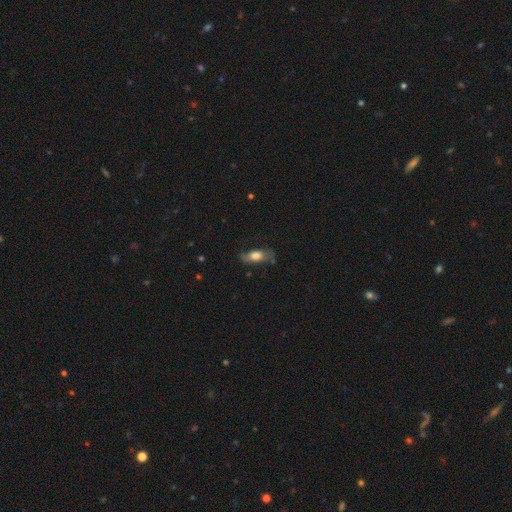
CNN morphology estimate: smooth 62%, featured or disk 31%, star or artifact 7%. Down the decision tree: how rounded — in between (78%); merging — none (64%).